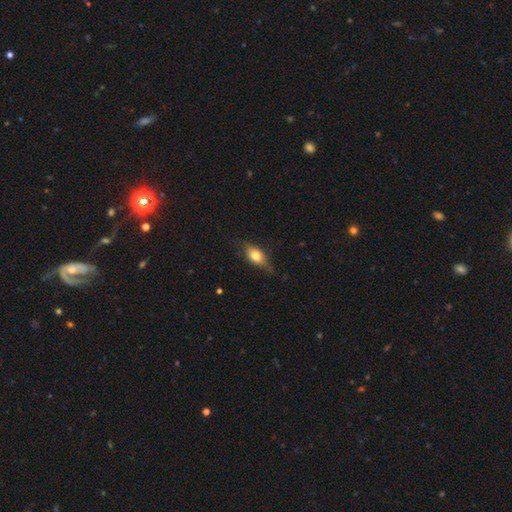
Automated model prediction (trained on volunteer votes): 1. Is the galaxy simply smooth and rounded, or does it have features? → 69% smooth, 24% featured or disk, 7% star or artifact.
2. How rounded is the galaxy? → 80% in between, 12% cigar-shaped, 8% round.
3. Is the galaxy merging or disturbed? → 69% none, 25% minor disturbance, 5% major disturbance, 1% merger.